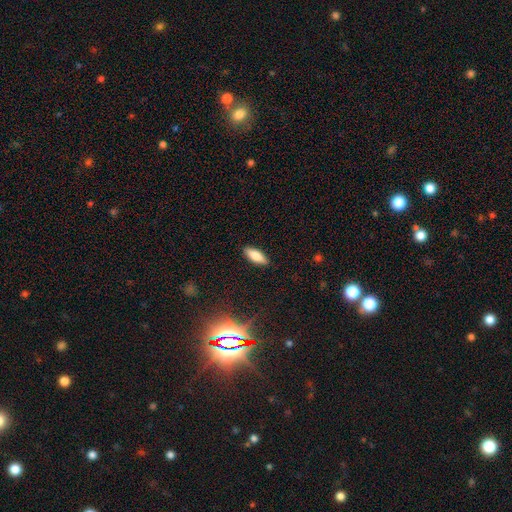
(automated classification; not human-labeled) A smooth galaxy with no disk features (79%) that is in between round and cigar-shaped (67%). Merging: none (89%).